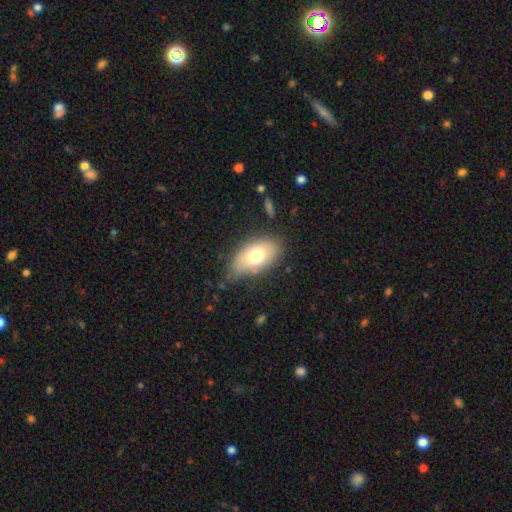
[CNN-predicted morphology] Smooth or featured: smooth — 73% (featured or disk — 20%)
How rounded: in between — 92% (round — 5%)
Merging: none — 68% (minor disturbance — 23%)